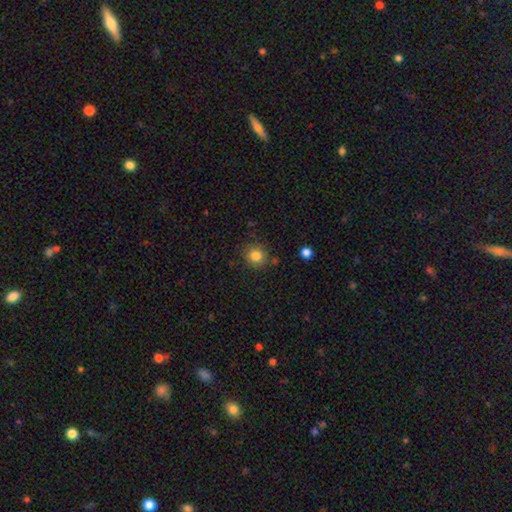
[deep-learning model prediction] A smooth galaxy with no disk features (82%) that is round (82%).

Vote fractions:
- Smooth or featured? smooth: 82% / star or artifact: 11% / featured or disk: 6%
- How rounded? round: 82% / in between: 17% / cigar-shaped: 1%
- Merging? none: 82% / minor disturbance: 11% / merger: 4% / major disturbance: 3%